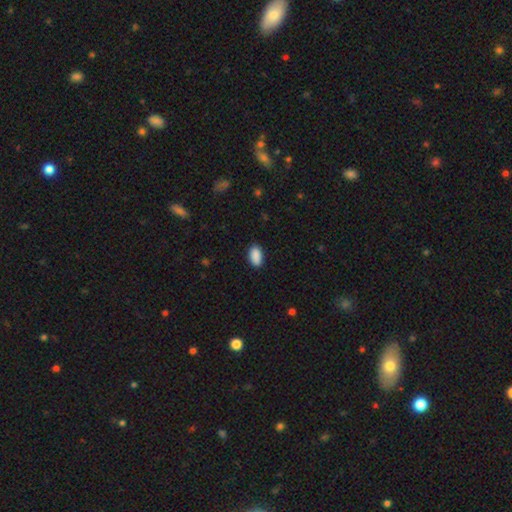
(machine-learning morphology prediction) Smooth or featured? smooth (90%)
How rounded? in between (93%)
Merging? none (86%)